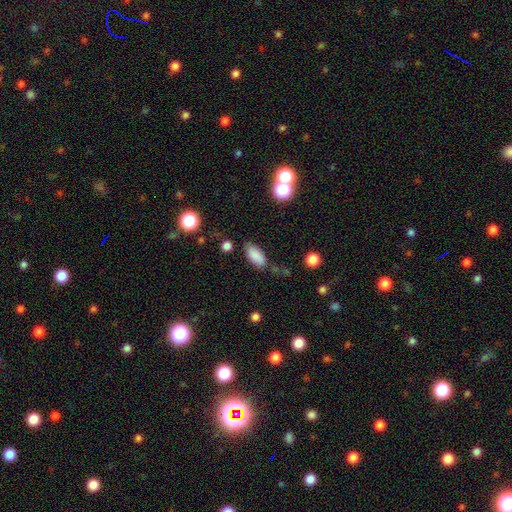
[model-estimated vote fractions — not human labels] smooth-or-featured: smooth: 86% | star or artifact: 8% | featured or disk: 6%
  how-rounded: in between: 88% | cigar-shaped: 9% | round: 3%
  merging: none: 72% | minor disturbance: 18% | major disturbance: 5% | merger: 5%